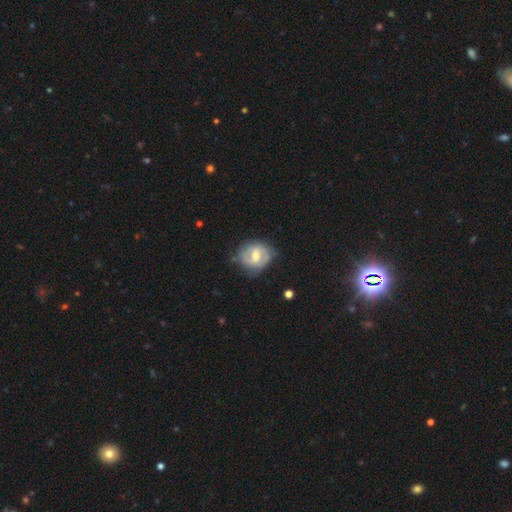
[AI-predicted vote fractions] Smooth or featured: featured or disk — 64% (smooth — 30%)
Edge-on disk: no — 97% (yes — 3%)
Bar: weak — 56% (strong — 25%)
Spiral arms: yes — 79% (no — 21%)
Bulge size: moderate — 57% (small — 31%)
Merging: none — 65% (minor disturbance — 25%)